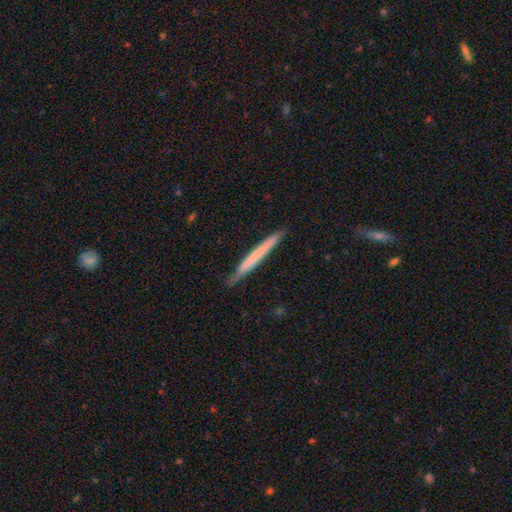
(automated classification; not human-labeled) smooth-or-featured: smooth: 58% | featured or disk: 37% | star or artifact: 5%
  how-rounded: cigar-shaped: 97% | in between: 2% | round: 1%
  merging: none: 86% | minor disturbance: 11% | major disturbance: 2% | merger: 1%